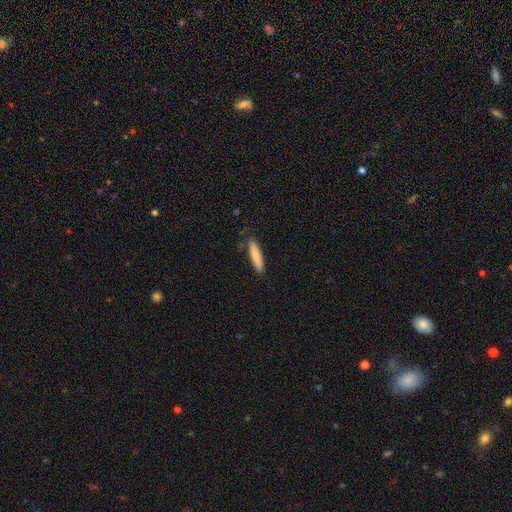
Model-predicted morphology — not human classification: Q: Smooth or featured?
A: smooth (83%); runner-up: featured or disk (11%)
Q: How rounded?
A: cigar-shaped (87%); runner-up: in between (12%)
Q: Merging?
A: none (83%); runner-up: minor disturbance (13%)